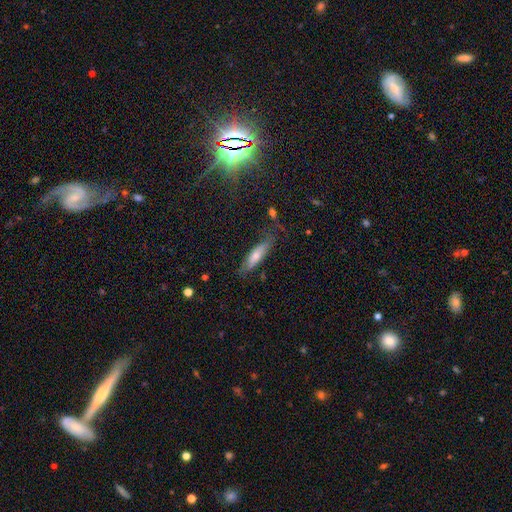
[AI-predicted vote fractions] Q: Smooth or featured?
A: smooth (59%); runner-up: featured or disk (31%)
Q: How rounded?
A: cigar-shaped (70%); runner-up: in between (28%)
Q: Merging?
A: none (71%); runner-up: minor disturbance (21%)